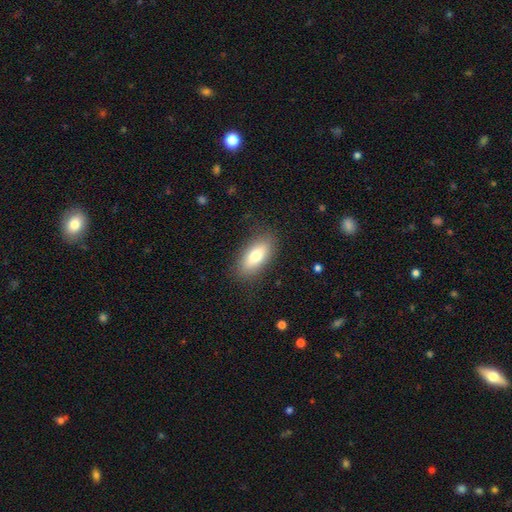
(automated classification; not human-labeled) Smooth or featured: smooth — 76% (featured or disk — 17%)
How rounded: in between — 86% (cigar-shaped — 11%)
Merging: none — 85% (minor disturbance — 11%)